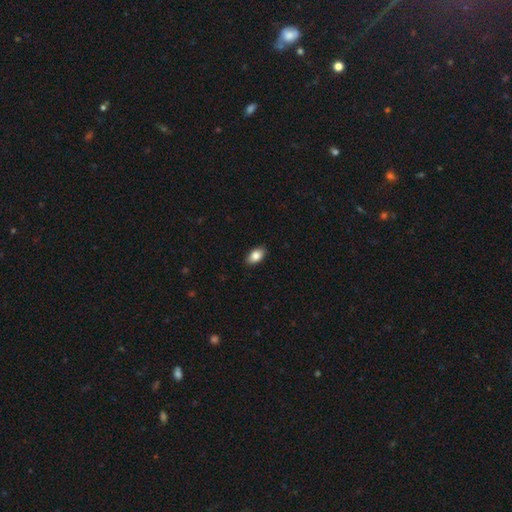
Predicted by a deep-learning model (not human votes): Overall: smooth (85%). How rounded: in between (92%). Merging: none (89%).